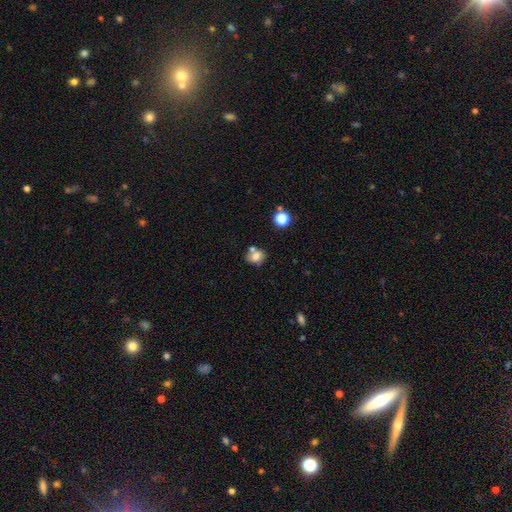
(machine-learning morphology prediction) The model was most divided on "how rounded": in between: 52%, round: 47%, cigar-shaped: 1%. Remaining: smooth or featured — smooth (72%); merging — none (47%).